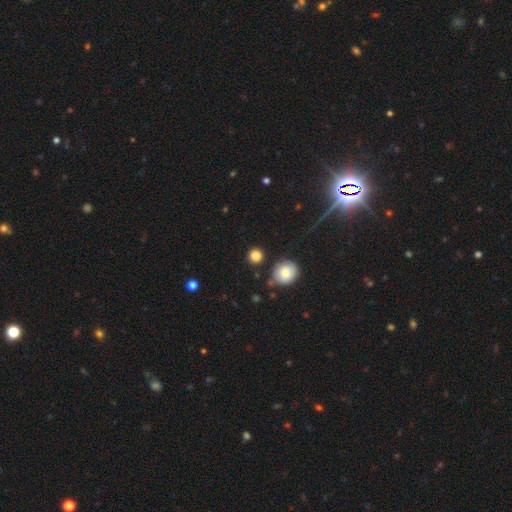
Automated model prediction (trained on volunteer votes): A smooth galaxy with no disk features (83%) that is round (92%).

Vote fractions:
- Smooth or featured? smooth: 83% / star or artifact: 11% / featured or disk: 5%
- How rounded? round: 92% / in between: 7% / cigar-shaped: 1%
- Merging? none: 86% / minor disturbance: 7% / merger: 4% / major disturbance: 2%